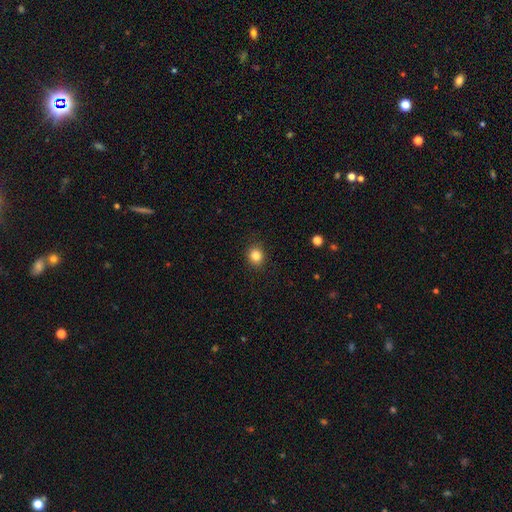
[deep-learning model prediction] smooth-or-featured: smooth: 84% | star or artifact: 11% | featured or disk: 5%
  how-rounded: round: 82% | in between: 17% | cigar-shaped: 1%
  merging: none: 90% | minor disturbance: 7% | major disturbance: 2% | merger: 1%